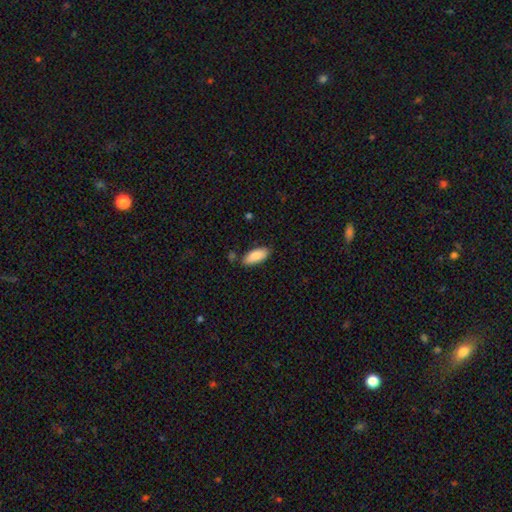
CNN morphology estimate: A smooth galaxy with no disk features (86%) that is in between round and cigar-shaped (86%).

Vote fractions:
- Smooth or featured? smooth: 86% / featured or disk: 8% / star or artifact: 6%
- How rounded? in between: 86% / cigar-shaped: 12% / round: 2%
- Merging? none: 80% / minor disturbance: 14% / merger: 3% / major disturbance: 3%